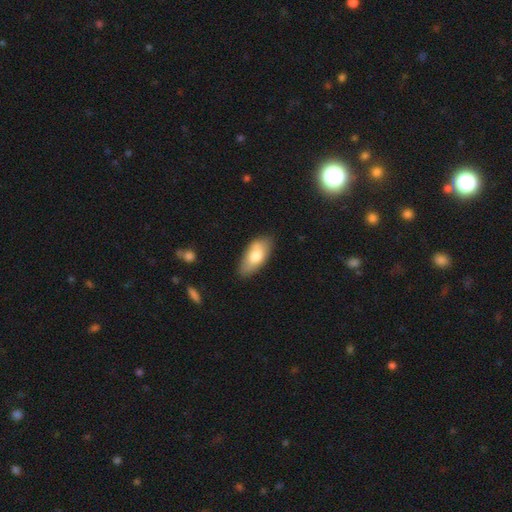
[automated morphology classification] smooth_or_featured: smooth (p=0.72) [alt: featured or disk p=0.22]
how_rounded: in between (p=0.90) [alt: cigar-shaped p=0.08]
merging: none (p=0.76) [alt: minor disturbance p=0.19]